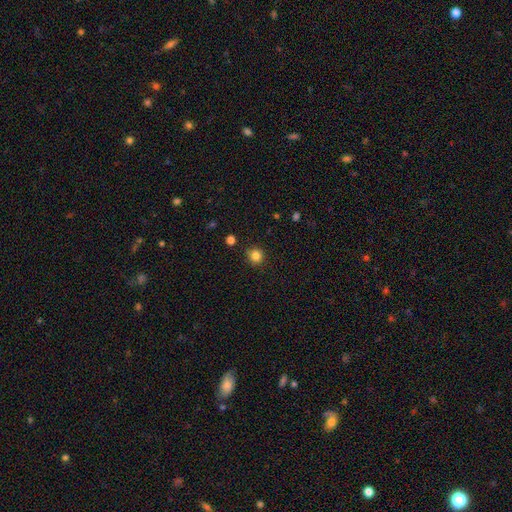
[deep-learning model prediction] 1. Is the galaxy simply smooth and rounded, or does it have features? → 83% smooth, 12% star or artifact, 4% featured or disk.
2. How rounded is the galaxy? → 92% round, 7% in between, 1% cigar-shaped.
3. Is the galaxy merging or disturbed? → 86% none, 9% minor disturbance, 2% major disturbance, 2% merger.